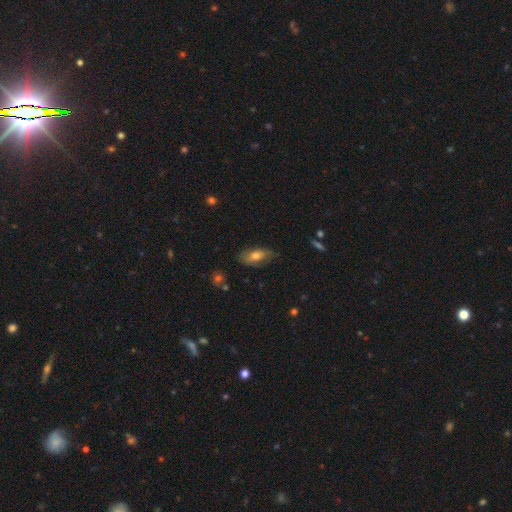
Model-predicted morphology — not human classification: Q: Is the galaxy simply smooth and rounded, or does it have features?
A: smooth — 67%.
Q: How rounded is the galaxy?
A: in between — 85%.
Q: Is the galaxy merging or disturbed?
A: none — 71%.